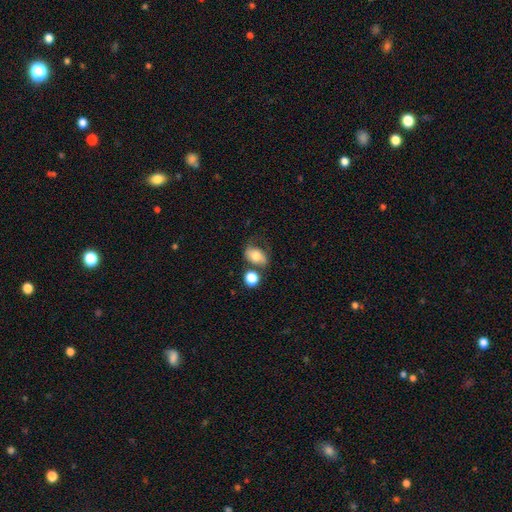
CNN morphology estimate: Smooth or featured? smooth (61%)
How rounded? in between (73%)
Merging? none (43%)